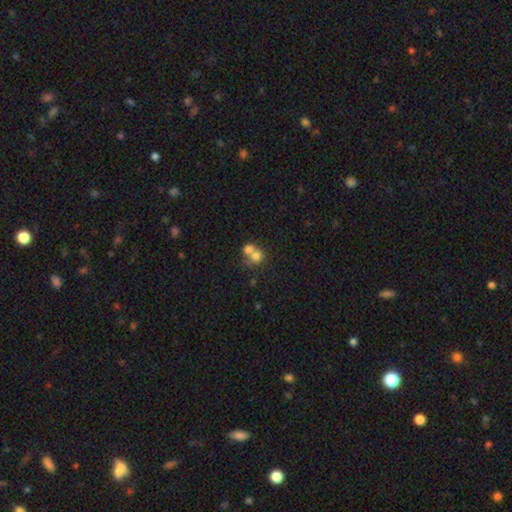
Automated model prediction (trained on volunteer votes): This is likely a smooth galaxy (72%). How rounded: likely round (78%). Merging: likely merger (67%).